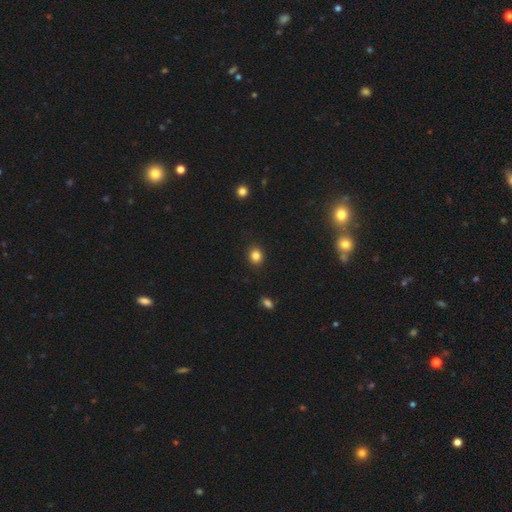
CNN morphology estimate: smooth 84%, star or artifact 11%, featured or disk 5%. Down the decision tree: how rounded — round (73%); merging — none (89%).